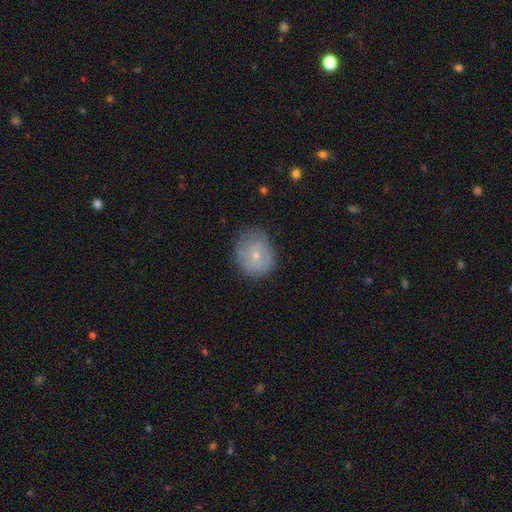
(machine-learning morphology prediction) Smooth or featured? featured or disk (51%)
Edge-on disk? no (96%)
Merging? none (68%)